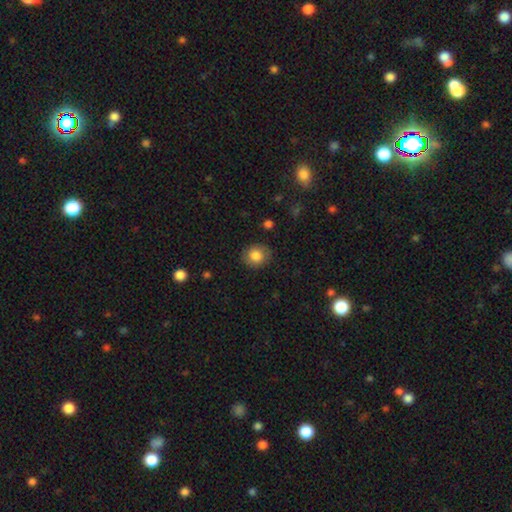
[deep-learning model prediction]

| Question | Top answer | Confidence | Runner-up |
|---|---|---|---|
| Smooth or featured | smooth | 83% | star or artifact (9%) |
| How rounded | round | 73% | in between (26%) |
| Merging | none | 86% | minor disturbance (10%) |